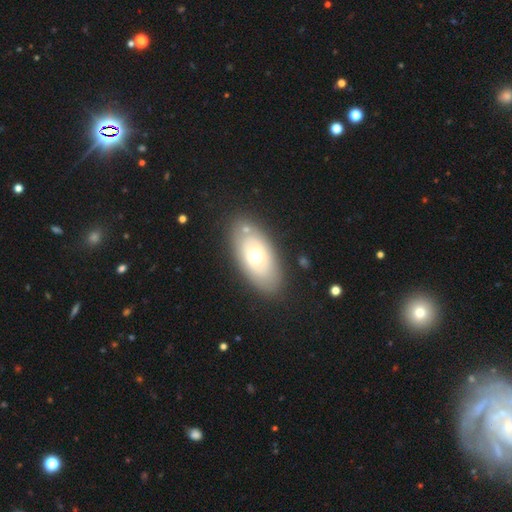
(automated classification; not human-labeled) smooth-or-featured: smooth: 49% | featured or disk: 45% | star or artifact: 6%
  merging: none: 77% | minor disturbance: 13% | merger: 6% | major disturbance: 4%